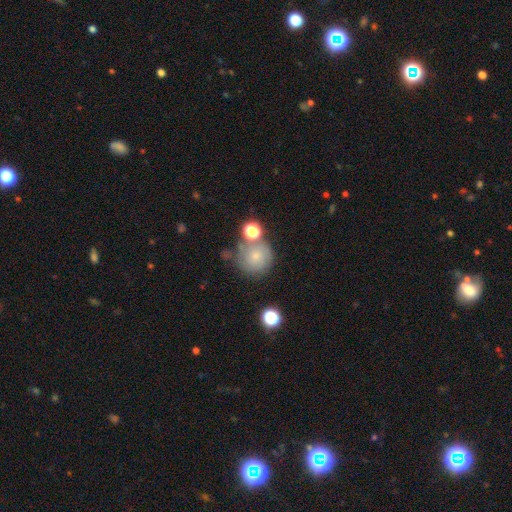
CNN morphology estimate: Smooth or featured: smooth — 67% (featured or disk — 21%)
How rounded: round — 91% (in between — 8%)
Merging: none — 54% (merger — 19%)